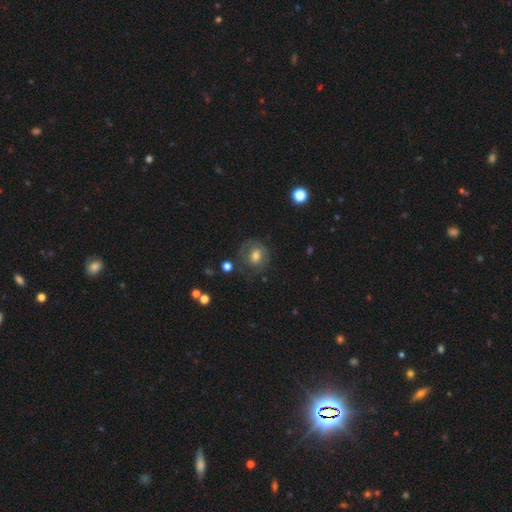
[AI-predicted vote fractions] A smooth galaxy with no disk features (54%) that is round (71%).

Vote fractions:
- Smooth or featured? smooth: 54% / featured or disk: 35% / star or artifact: 11%
- How rounded? round: 71% / in between: 28% / cigar-shaped: 1%
- Merging? none: 60% / minor disturbance: 21% / major disturbance: 16% / merger: 3%